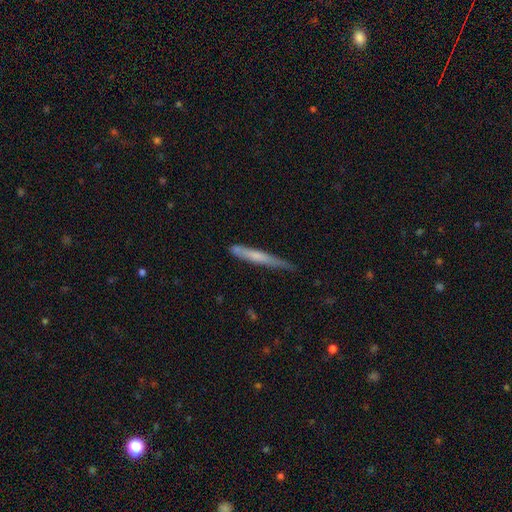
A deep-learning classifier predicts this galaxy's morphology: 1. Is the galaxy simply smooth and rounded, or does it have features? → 57% smooth, 37% featured or disk, 6% star or artifact.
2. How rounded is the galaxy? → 95% cigar-shaped, 4% in between, 1% round.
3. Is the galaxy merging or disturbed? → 64% none, 27% minor disturbance, 5% major disturbance, 4% merger.